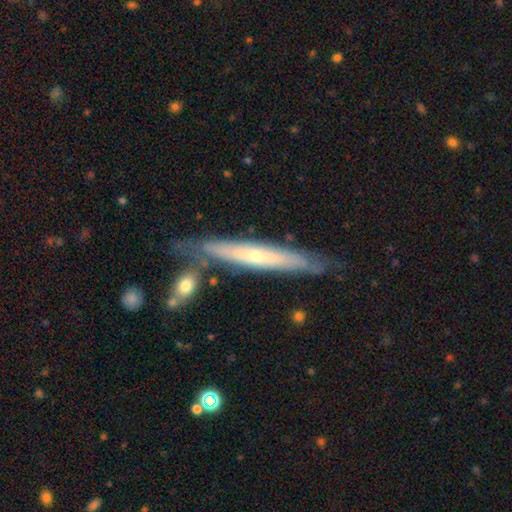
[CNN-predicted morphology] This appears to be a featured or disk galaxy (65%) viewed edge-on (80%) with a rounded central bulge (57%). Merging: none (76%).